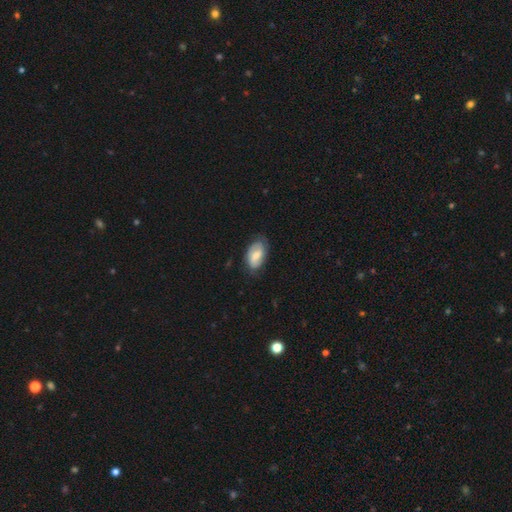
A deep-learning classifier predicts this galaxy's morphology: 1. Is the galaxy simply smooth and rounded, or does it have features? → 53% smooth, 40% featured or disk, 7% star or artifact.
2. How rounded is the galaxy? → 93% in between, 5% round, 2% cigar-shaped.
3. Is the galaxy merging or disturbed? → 69% none, 24% minor disturbance, 6% major disturbance, 1% merger.